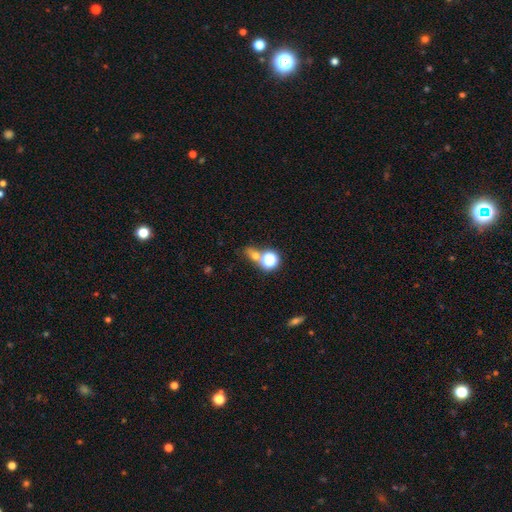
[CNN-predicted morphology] smooth_or_featured: smooth (p=0.56) [alt: star or artifact p=0.32]
how_rounded: round (p=0.63) [alt: in between p=0.33]
merging: none (p=0.50) [alt: merger p=0.32]